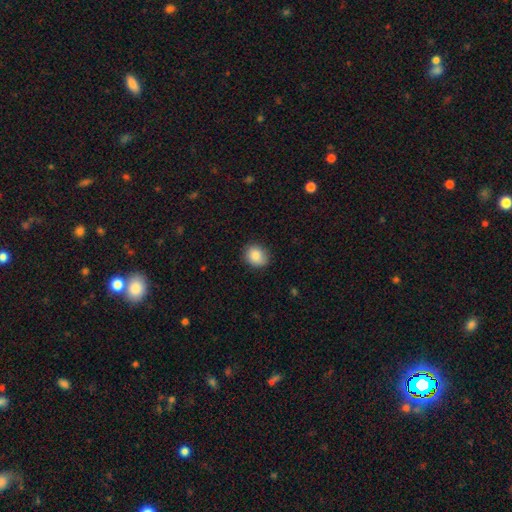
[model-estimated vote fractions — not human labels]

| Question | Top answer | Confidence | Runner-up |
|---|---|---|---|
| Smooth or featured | smooth | 87% | star or artifact (8%) |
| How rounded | round | 63% | in between (36%) |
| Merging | none | 82% | minor disturbance (14%) |